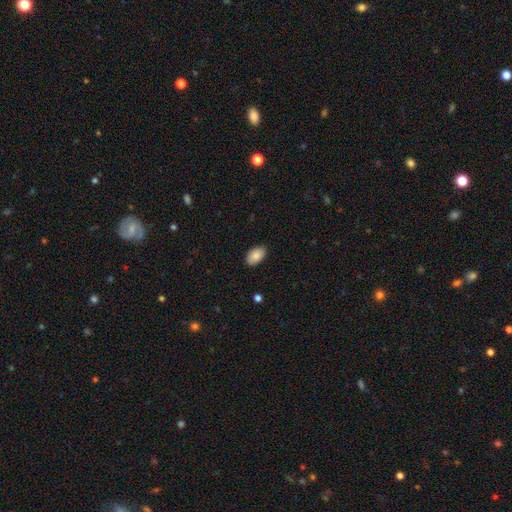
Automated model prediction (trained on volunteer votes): smooth 85%, featured or disk 8%, star or artifact 7%. Down the decision tree: how rounded — in between (93%); merging — none (84%).